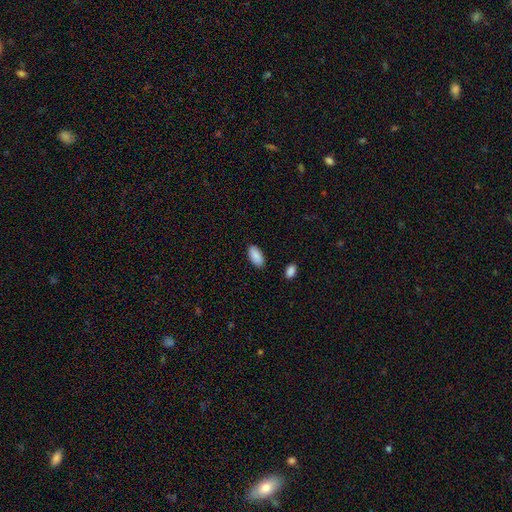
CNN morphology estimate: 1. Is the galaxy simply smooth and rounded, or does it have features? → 90% smooth, 6% star or artifact, 4% featured or disk.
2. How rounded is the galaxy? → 94% in between, 4% cigar-shaped, 2% round.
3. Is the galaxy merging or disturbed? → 86% none, 10% minor disturbance, 2% major disturbance, 2% merger.